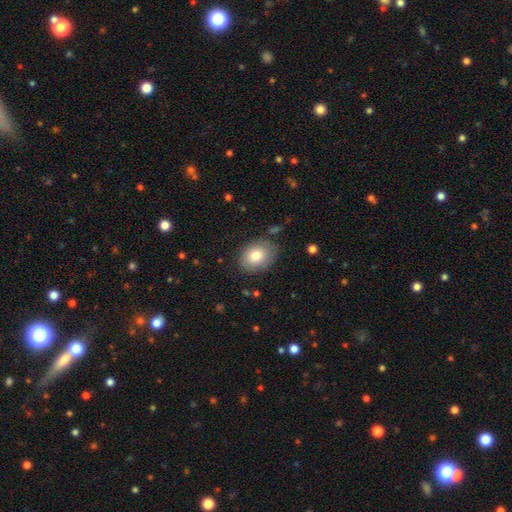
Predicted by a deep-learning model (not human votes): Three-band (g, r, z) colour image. It shows a smooth galaxy with no disk features (81%) that is in between round and cigar-shaped (68%). Merging: none (79%).